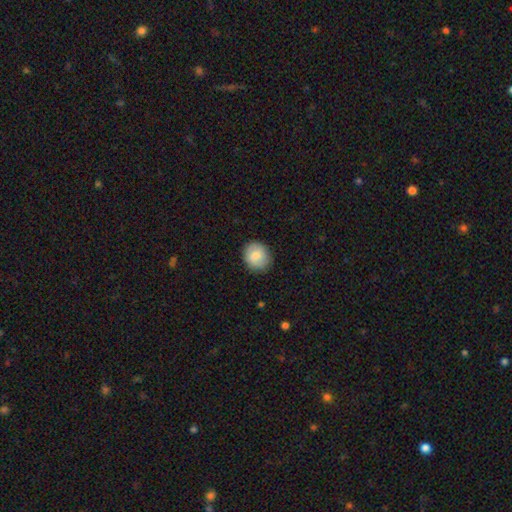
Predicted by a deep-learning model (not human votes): Smooth or featured? Predicted: smooth (p=0.77). How rounded? Predicted: round (p=0.78). Merging? Predicted: none (p=0.86).